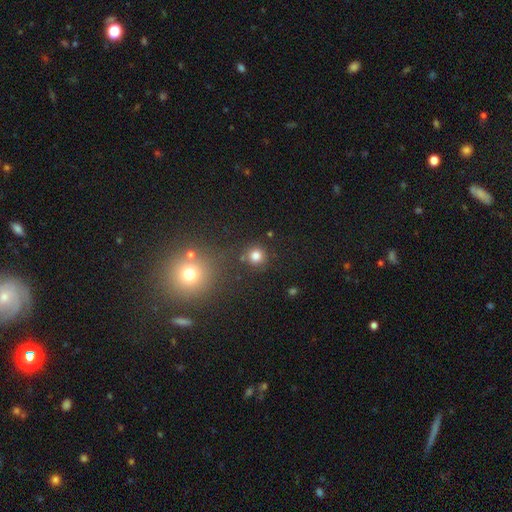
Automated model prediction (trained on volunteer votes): smooth-or-featured: smooth: 80% | star or artifact: 15% | featured or disk: 5%
  how-rounded: round: 92% | in between: 7% | cigar-shaped: 1%
  merging: none: 81% | minor disturbance: 8% | merger: 7% | major disturbance: 4%